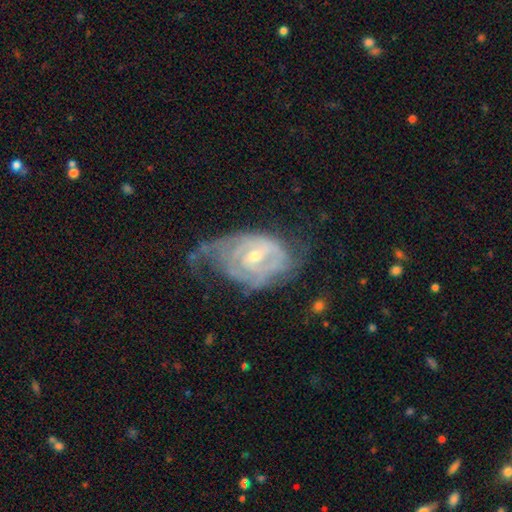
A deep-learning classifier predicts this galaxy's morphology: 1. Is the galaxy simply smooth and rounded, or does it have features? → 82% featured or disk, 12% smooth, 6% star or artifact.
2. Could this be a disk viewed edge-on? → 96% no, 4% yes.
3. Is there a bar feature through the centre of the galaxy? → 51% weak, 33% no, 16% strong.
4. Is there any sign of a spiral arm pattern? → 86% yes, 14% no.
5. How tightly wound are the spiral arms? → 59% tight, 30% medium, 11% loose.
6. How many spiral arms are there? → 41% can't tell, 34% 2, 11% 3, 7% 1, 4% 4, 3% more than 4.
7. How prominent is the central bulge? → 53% small, 44% moderate, 1% large, 1% none, 1% dominant.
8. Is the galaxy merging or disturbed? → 39% none, 30% minor disturbance, 28% major disturbance, 3% merger.